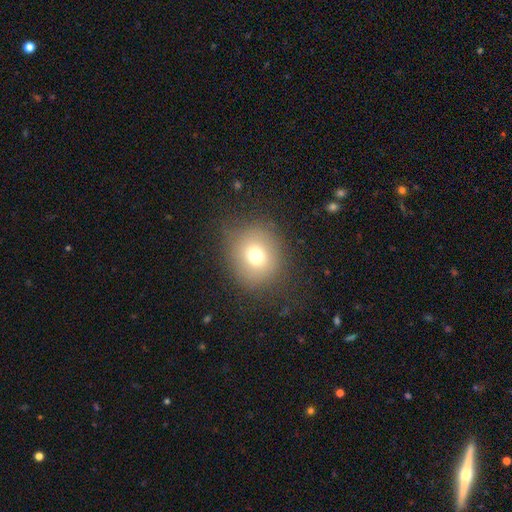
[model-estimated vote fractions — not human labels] This appears to be a smooth galaxy with no disk features (71%) that is round (78%). Merging: none (78%).